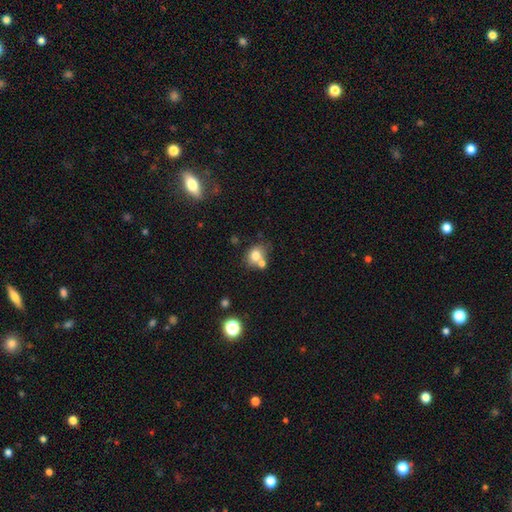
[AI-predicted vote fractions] Morphology: type=smooth (75%); roundness=round (60%); merging=none (47%).